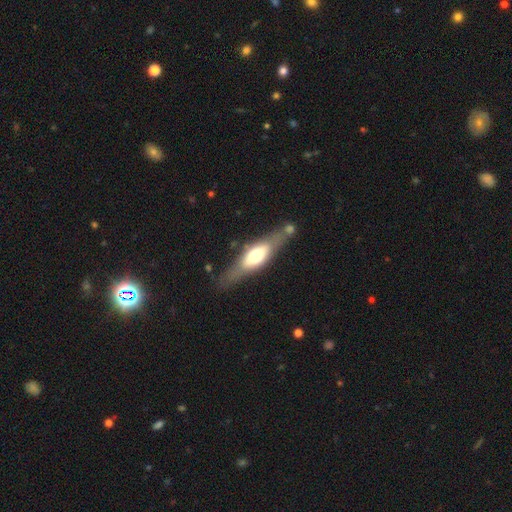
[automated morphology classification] A featured or disk galaxy (52%) viewed edge-on (80%).

Vote fractions:
- Smooth or featured? featured or disk: 52% / smooth: 43% / star or artifact: 5%
- Edge-on disk? yes: 80% / no: 20%
- Merging? none: 70% / minor disturbance: 16% / merger: 7% / major disturbance: 6%